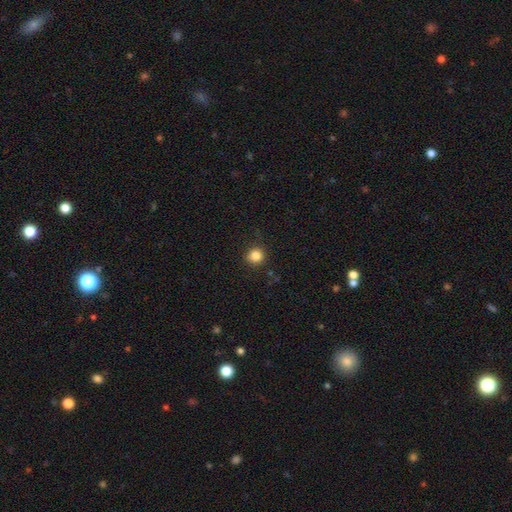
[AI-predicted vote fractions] Overall: smooth (84%). How rounded: round (90%). Merging: none (87%).